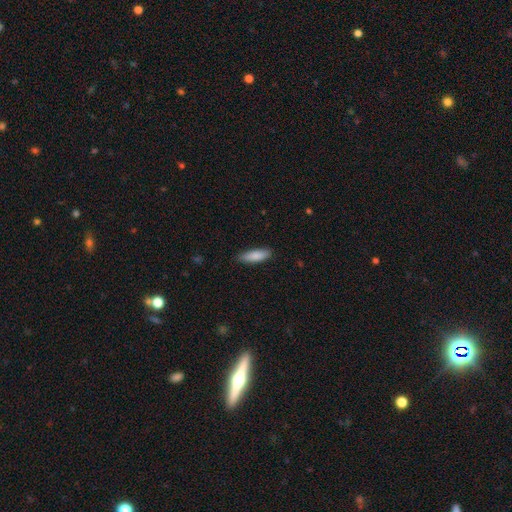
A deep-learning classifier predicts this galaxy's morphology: smooth_or_featured: smooth (p=0.86) [alt: featured or disk p=0.08]
how_rounded: cigar-shaped (p=0.53) [alt: in between p=0.45]
merging: none (p=0.86) [alt: minor disturbance p=0.11]